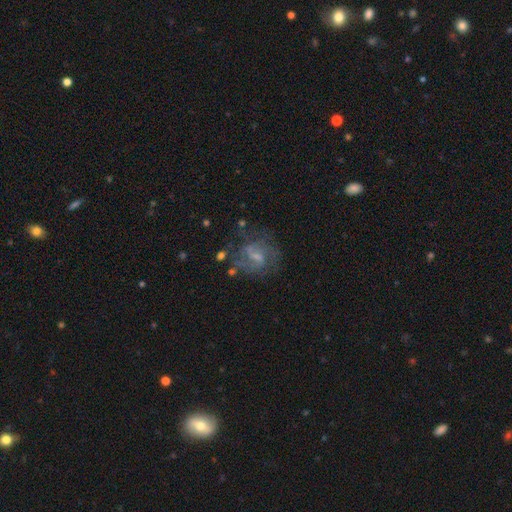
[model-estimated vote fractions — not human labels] This appears to be a featured or disk galaxy (65%) with a weak bar (54%), spiral arms (70%) and a small central bulge (41%). Merging: none (54%).